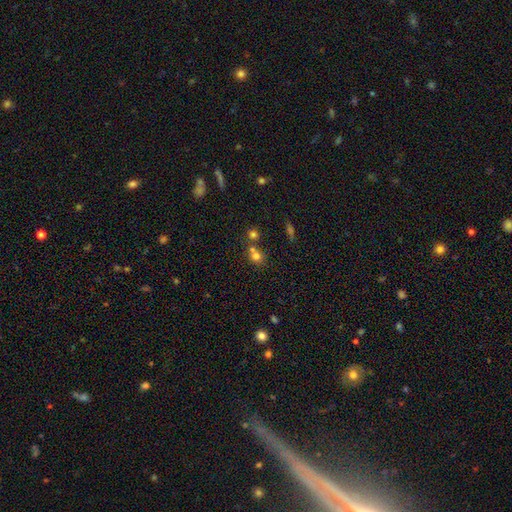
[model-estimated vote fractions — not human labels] The model was most divided on "merging" (2-way tie): none: 45%, merger: 45%, minor disturbance: 7%, major disturbance: 3%. More confident: how rounded — round (78%); smooth or featured — smooth (72%).